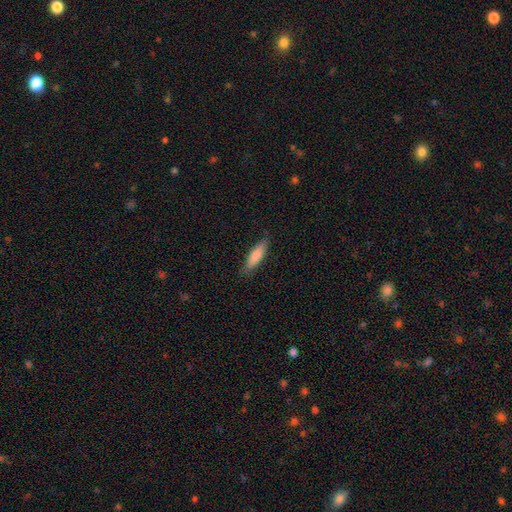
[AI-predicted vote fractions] This is clearly a smooth galaxy (82%). How rounded: likely cigar-shaped (65%). Merging: clearly none (83%).